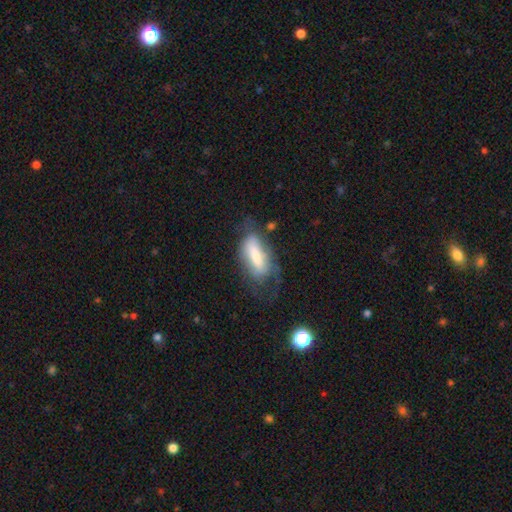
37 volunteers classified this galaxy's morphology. Overall: smooth (62%; featured or disk 35%). How rounded: in between (65%; cigar-shaped 26%). Merging: minor disturbance (39%; none 33%).